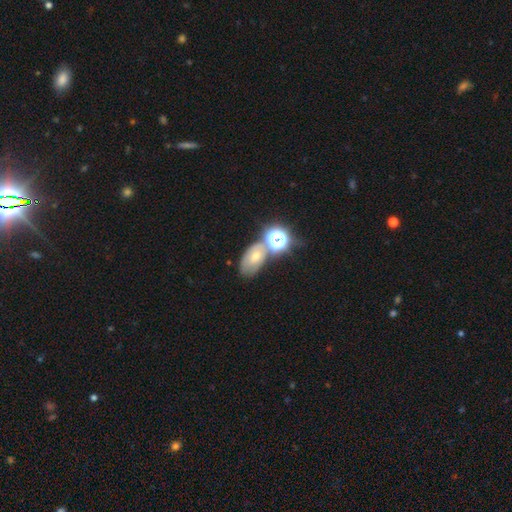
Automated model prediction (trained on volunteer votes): This is marginally a smooth galaxy (39%). Merging: possibly none (58%).